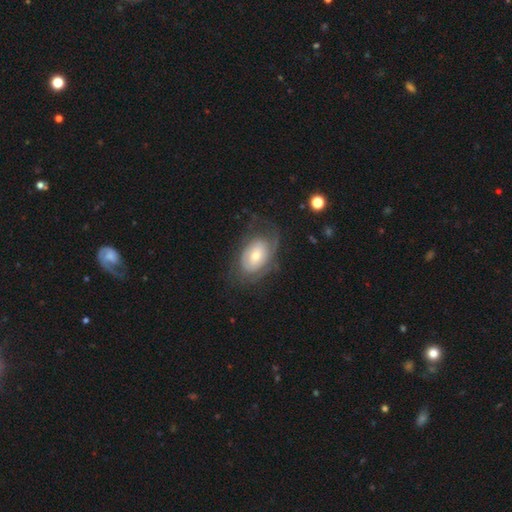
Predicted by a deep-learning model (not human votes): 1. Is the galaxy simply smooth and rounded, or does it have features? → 63% featured or disk, 30% smooth, 7% star or artifact.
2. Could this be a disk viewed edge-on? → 94% no, 6% yes.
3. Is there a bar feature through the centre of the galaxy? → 71% no, 24% weak, 6% strong.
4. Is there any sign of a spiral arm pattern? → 71% yes, 29% no.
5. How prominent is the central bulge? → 53% moderate, 39% small, 6% large, 1% none, 1% dominant.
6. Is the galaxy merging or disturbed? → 57% none, 22% minor disturbance, 19% major disturbance, 2% merger.